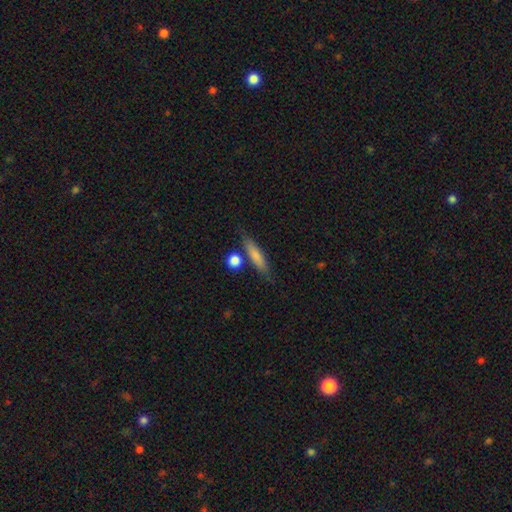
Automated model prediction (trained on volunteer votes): A smooth galaxy with no disk features (74%) that is cigar-shaped (77%).

Vote fractions:
- Smooth or featured? smooth: 74% / featured or disk: 20% / star or artifact: 6%
- How rounded? cigar-shaped: 77% / in between: 16% / round: 7%
- Merging? none: 75% / minor disturbance: 13% / merger: 9% / major disturbance: 4%